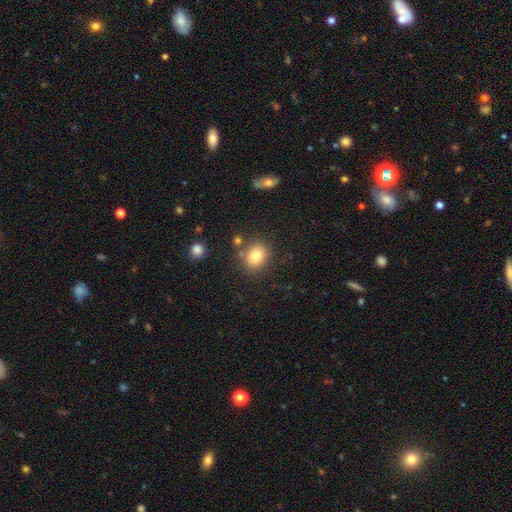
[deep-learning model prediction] Q: Smooth or featured?
A: smooth (80%); runner-up: star or artifact (11%)
Q: How rounded?
A: round (64%); runner-up: in between (35%)
Q: Merging?
A: none (77%); runner-up: minor disturbance (11%)